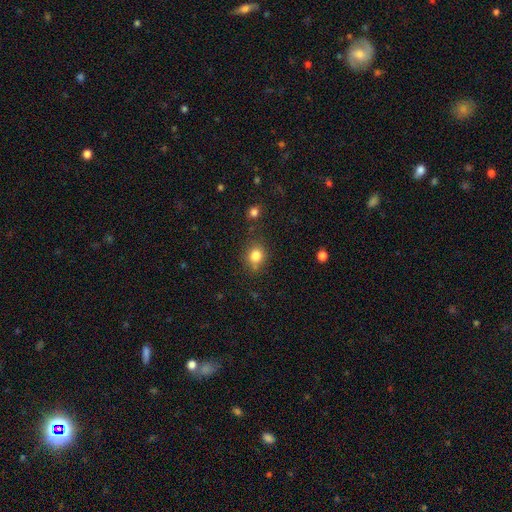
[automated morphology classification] This appears to be a smooth galaxy with no disk features (82%) that is round (73%). Merging: none (70%).